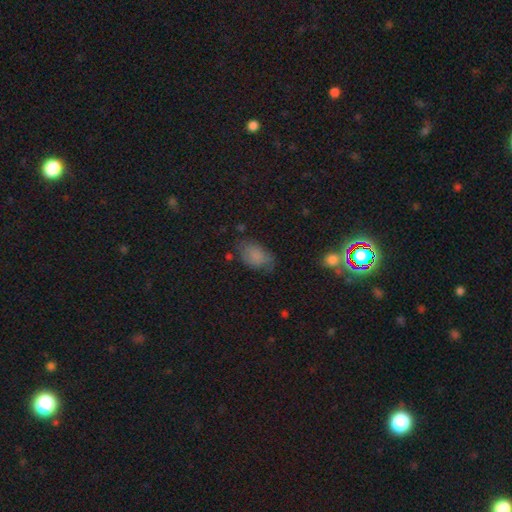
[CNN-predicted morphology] Smooth or featured? Predicted: smooth (p=0.78). How rounded? Predicted: in between (p=0.91). Merging? Predicted: none (p=0.60).